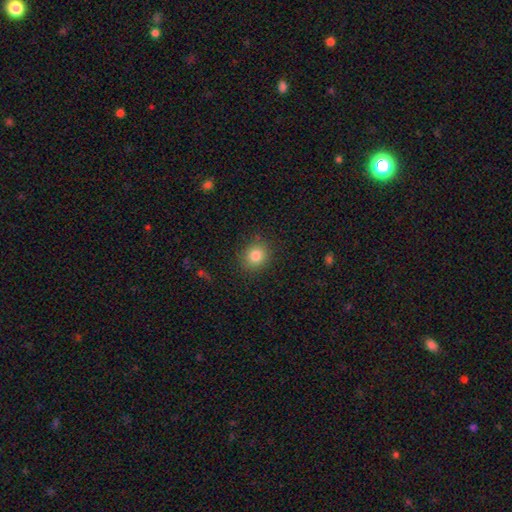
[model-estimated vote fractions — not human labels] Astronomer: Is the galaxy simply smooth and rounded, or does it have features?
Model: smooth — 83%.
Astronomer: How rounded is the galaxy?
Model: round — 76%.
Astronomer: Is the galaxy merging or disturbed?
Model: none — 88%.